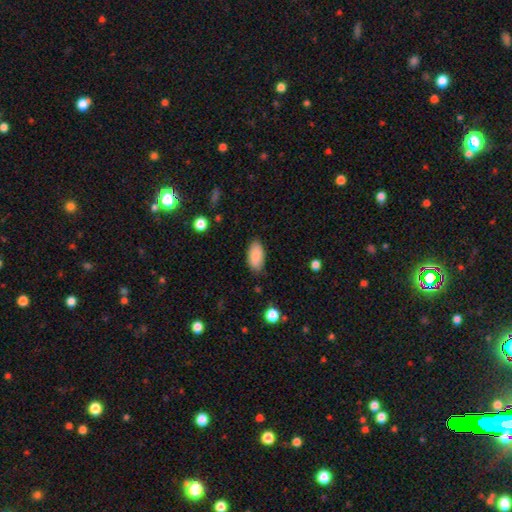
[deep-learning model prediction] A smooth galaxy with no disk features (88%) that is in between round and cigar-shaped (94%). Merging: none (83%).